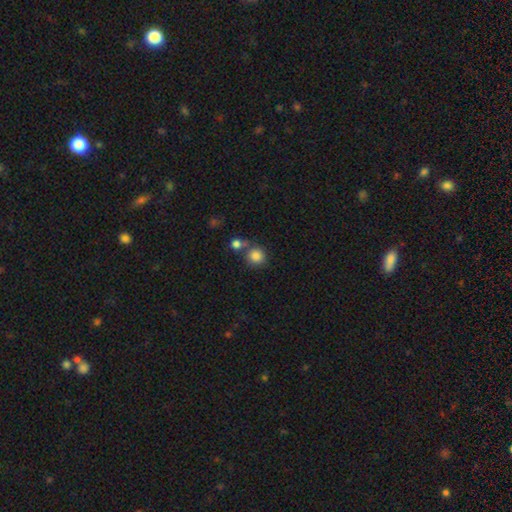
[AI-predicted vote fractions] Smooth or featured: smooth — 84% (star or artifact — 10%)
How rounded: round — 90% (in between — 9%)
Merging: none — 62% (merger — 25%)